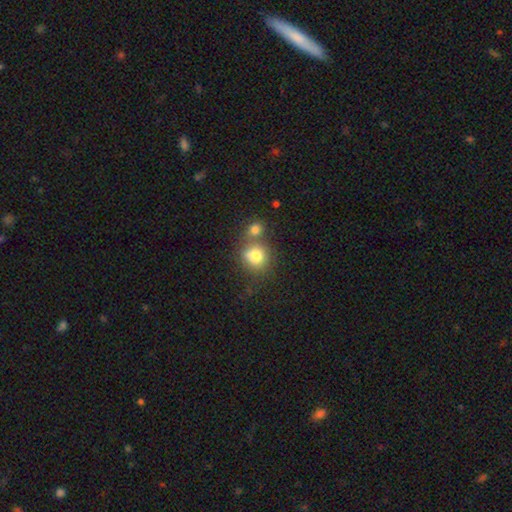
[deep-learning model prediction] A smooth galaxy with no disk features (77%) that is round (84%).

Vote fractions:
- Smooth or featured? smooth: 77% / featured or disk: 12% / star or artifact: 11%
- How rounded? round: 84% / in between: 15% / cigar-shaped: 1%
- Merging? none: 46% / merger: 39% / minor disturbance: 10% / major disturbance: 4%